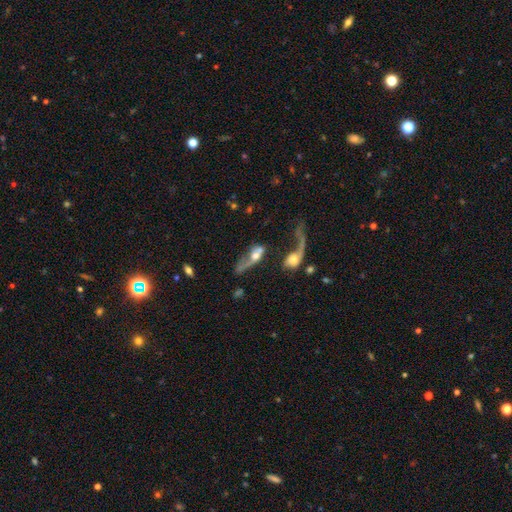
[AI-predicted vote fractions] Q: Smooth or featured?
A: featured or disk (50%); runner-up: smooth (39%)
Q: Edge-on disk?
A: no (79%); runner-up: yes (21%)
Q: Merging?
A: merger (51%); runner-up: major disturbance (27%)